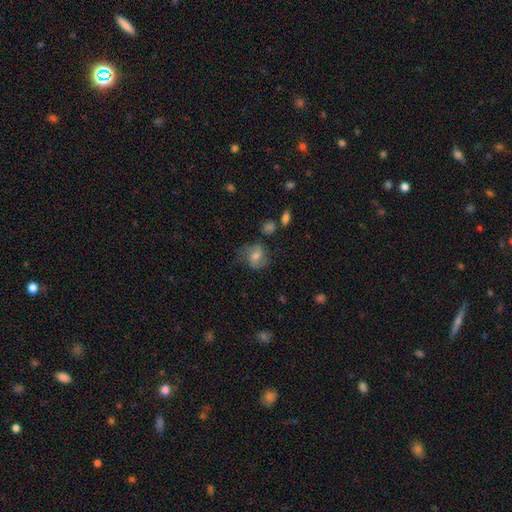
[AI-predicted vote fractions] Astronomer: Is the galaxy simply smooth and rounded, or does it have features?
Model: featured or disk — 49% (runner-up: smooth, 37%).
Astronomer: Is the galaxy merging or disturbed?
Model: none — 65%.